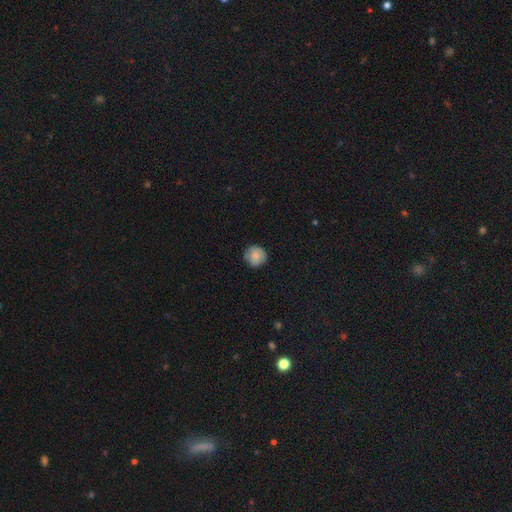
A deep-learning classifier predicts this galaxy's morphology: The model was most divided on "merging": none: 77%, minor disturbance: 18%, major disturbance: 4%, merger: 1%. More confident: how rounded — round (91%); smooth or featured — smooth (77%).